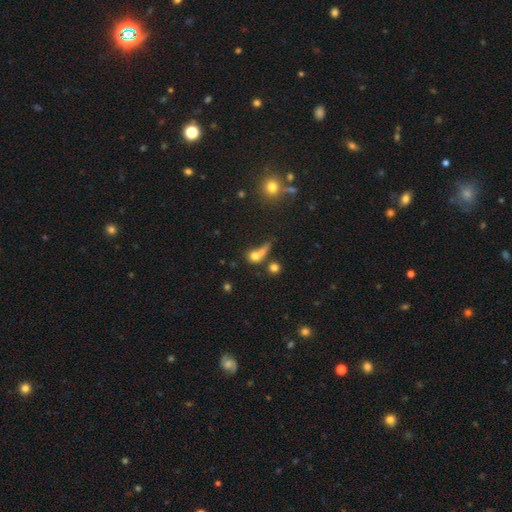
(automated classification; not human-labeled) This is likely a smooth galaxy (69%). How rounded: likely round (66%). Merging: marginally merger (37%).